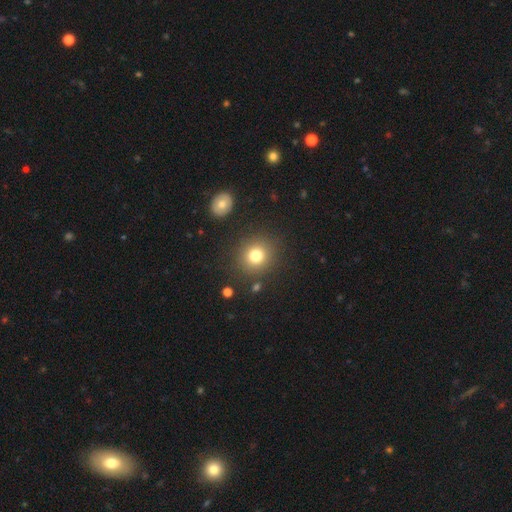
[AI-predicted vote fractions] Smooth or featured?
  - smooth: 78% *
  - star or artifact: 13%
  - featured or disk: 9%
How rounded?
  - round: 87% *
  - in between: 13%
  - cigar-shaped: 1%
Merging?
  - none: 87% *
  - minor disturbance: 7%
  - major disturbance: 3%
  - merger: 3%